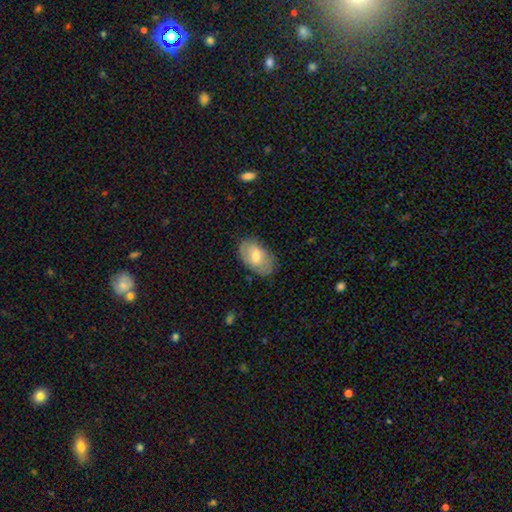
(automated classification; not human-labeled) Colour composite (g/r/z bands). It shows a smooth galaxy with no disk features (65%) that is in between round and cigar-shaped (93%). Merging: none (76%).